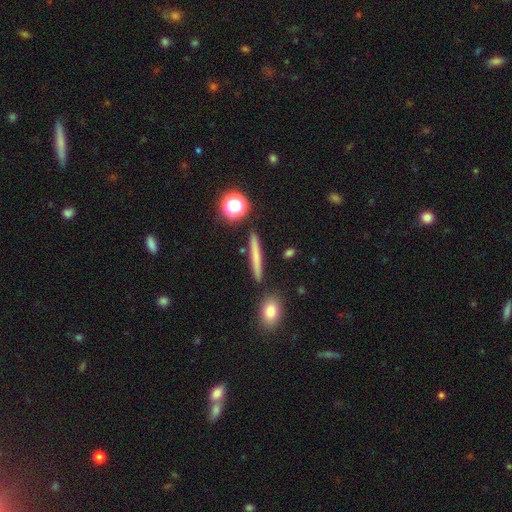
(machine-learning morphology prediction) Smooth or featured? smooth (67%)
How rounded? cigar-shaped (91%)
Merging? none (89%)